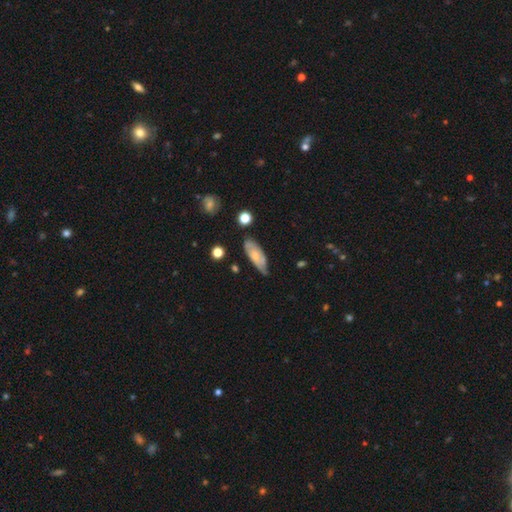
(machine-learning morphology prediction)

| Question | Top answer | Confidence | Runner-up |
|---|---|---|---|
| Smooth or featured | featured or disk | 47% | tied: smooth (47%) |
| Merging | none | 68% | minor disturbance (25%) |